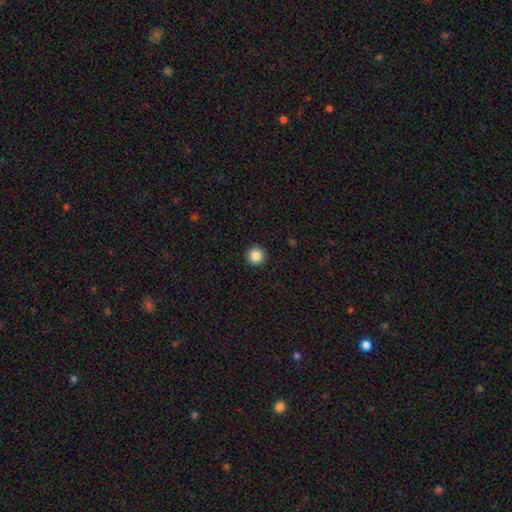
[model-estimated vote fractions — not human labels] This is clearly a smooth galaxy (87%). How rounded: clearly round (96%). Merging: clearly none (93%).